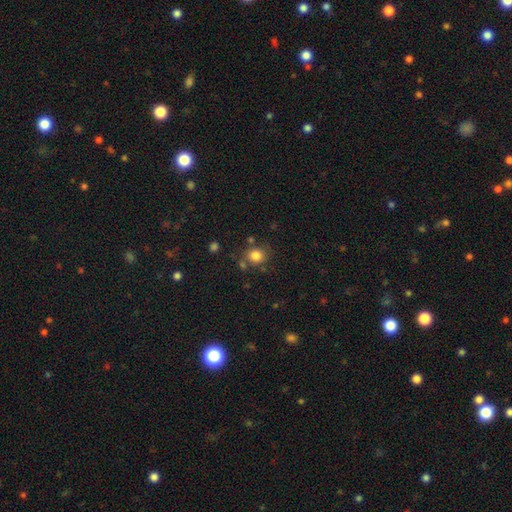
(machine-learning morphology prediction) Q: Smooth or featured?
A: smooth (82%); runner-up: star or artifact (12%)
Q: How rounded?
A: round (83%); runner-up: in between (16%)
Q: Merging?
A: none (73%); runner-up: minor disturbance (13%)